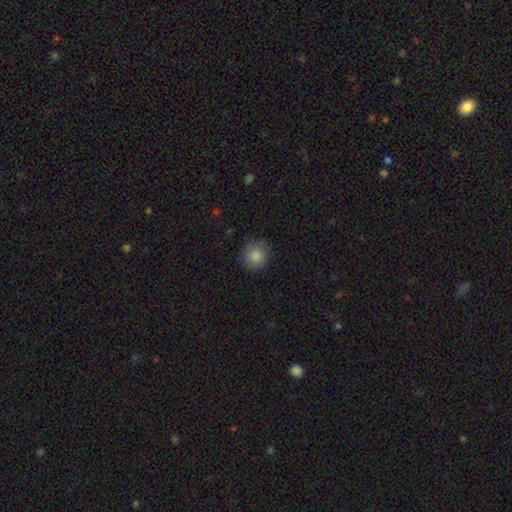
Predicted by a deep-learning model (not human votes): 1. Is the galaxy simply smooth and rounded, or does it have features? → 87% smooth, 9% star or artifact, 5% featured or disk.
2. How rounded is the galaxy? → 92% round, 7% in between, 1% cigar-shaped.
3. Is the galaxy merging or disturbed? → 83% none, 13% minor disturbance, 3% major disturbance, 1% merger.